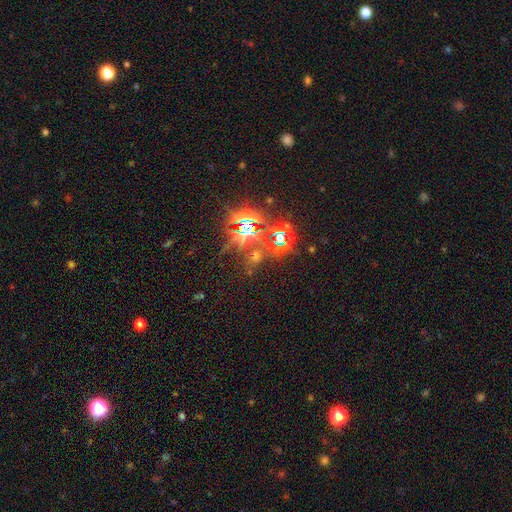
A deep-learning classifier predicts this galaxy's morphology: A star or artifact, not a galaxy (68%).

Vote fractions:
- Smooth or featured? star or artifact: 68% / smooth: 24% / featured or disk: 7%